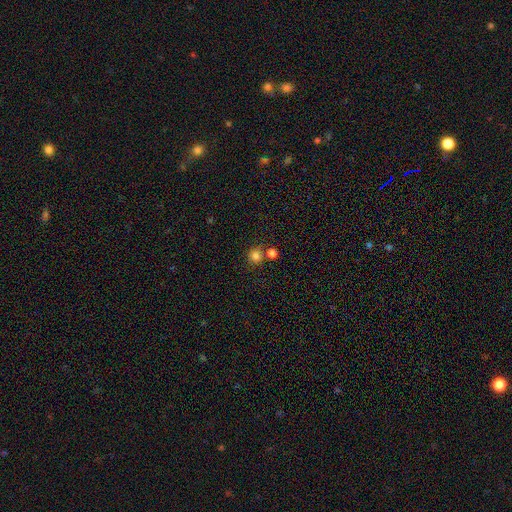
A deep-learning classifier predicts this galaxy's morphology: smooth-or-featured: smooth: 81% | star or artifact: 14% | featured or disk: 6%
  how-rounded: round: 90% | in between: 9% | cigar-shaped: 1%
  merging: none: 66% | merger: 22% | minor disturbance: 8% | major disturbance: 3%